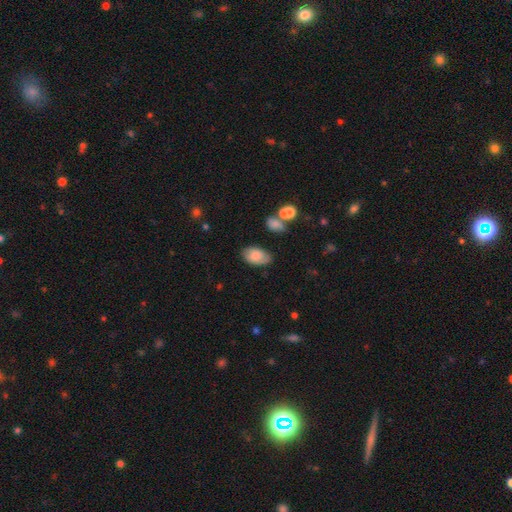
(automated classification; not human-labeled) This appears to be a smooth galaxy with no disk features (83%) that is in between round and cigar-shaped (93%). Merging: none (74%).